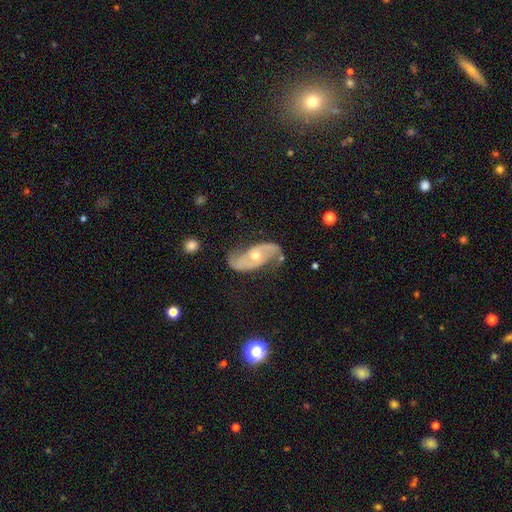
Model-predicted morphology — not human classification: featured or disk 85%, smooth 9%, star or artifact 6%. Down the decision tree: edge-on disk — no (95%); bar — no (61%); spiral arms — yes (94%); spiral arm count — 2 (91%); spiral winding — medium (42%); bulge size — moderate (60%); merging — none (69%).